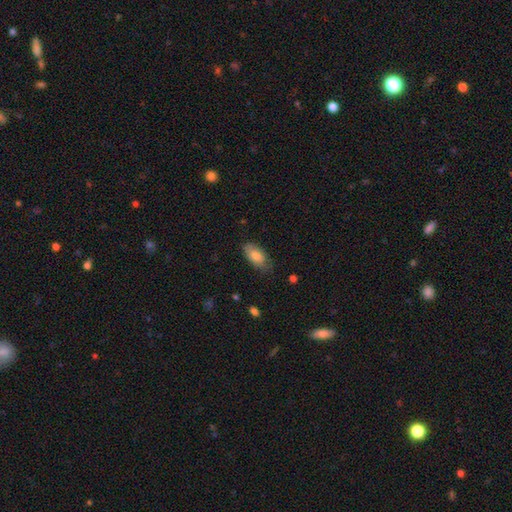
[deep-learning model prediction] Overall: smooth (79%). How rounded: in between (91%). Merging: none (73%).